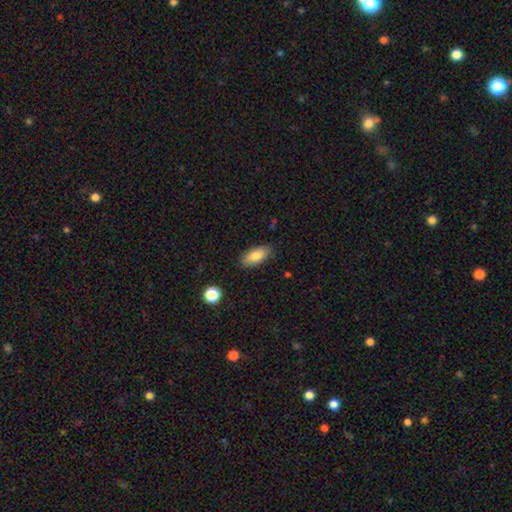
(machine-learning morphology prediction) A smooth galaxy with no disk features (83%) that is in between round and cigar-shaped (85%).

Vote fractions:
- Smooth or featured? smooth: 83% / featured or disk: 10% / star or artifact: 7%
- How rounded? in between: 85% / cigar-shaped: 12% / round: 3%
- Merging? none: 85% / minor disturbance: 11% / major disturbance: 2% / merger: 1%